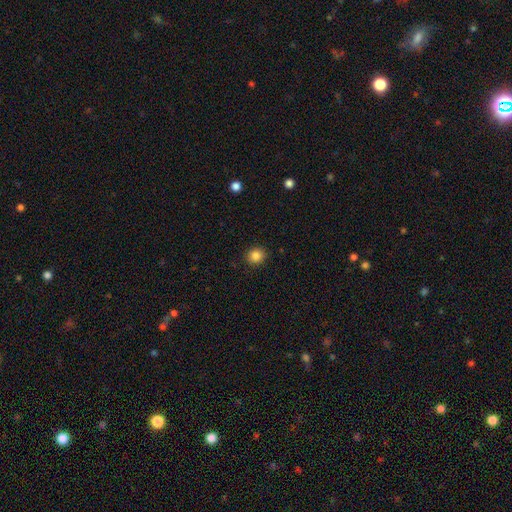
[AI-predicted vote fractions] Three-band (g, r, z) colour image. It shows a smooth galaxy with no disk features (85%) that is round (83%). Merging: none (91%).